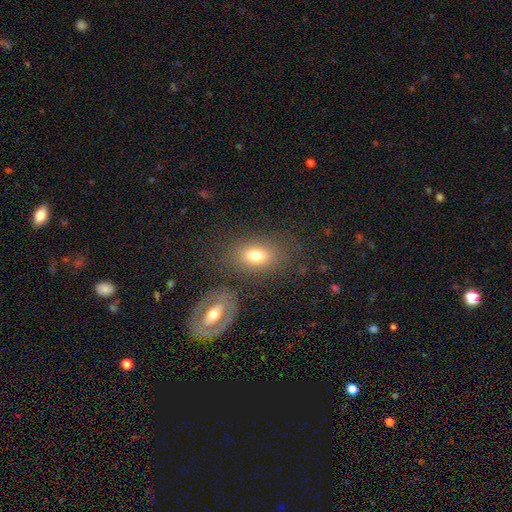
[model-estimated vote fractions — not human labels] The model was most divided on "smooth or featured": smooth: 75%, featured or disk: 15%, star or artifact: 10%. More confident: how rounded — in between (82%); merging — none (74%).